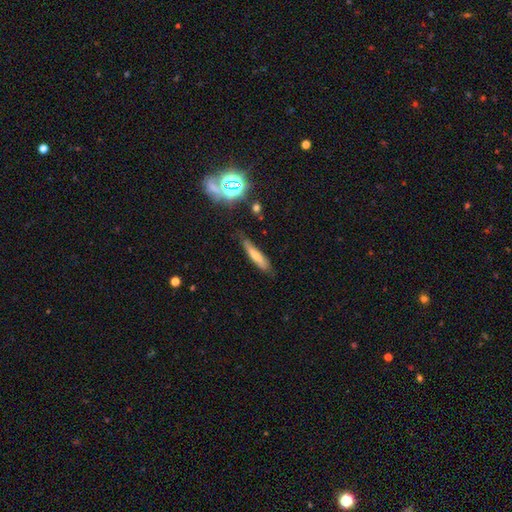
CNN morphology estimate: Smooth or featured? smooth (59%)
How rounded? cigar-shaped (84%)
Merging? none (71%)